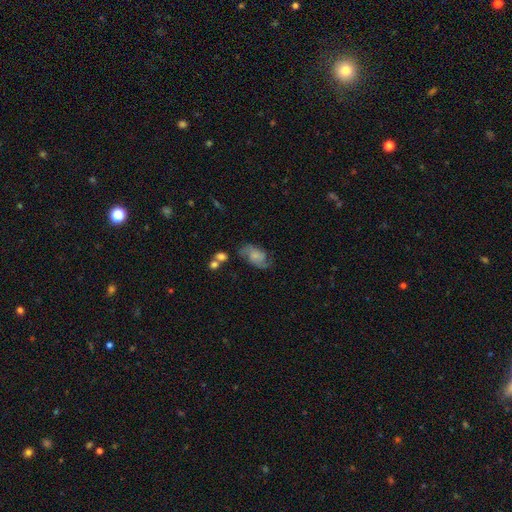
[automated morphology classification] Smooth or featured? featured or disk (54%)
Edge-on disk? no (96%)
Bar? no (70%)
Spiral arms? yes (86%)
Bulge size? small (40%)
Merging? none (55%)